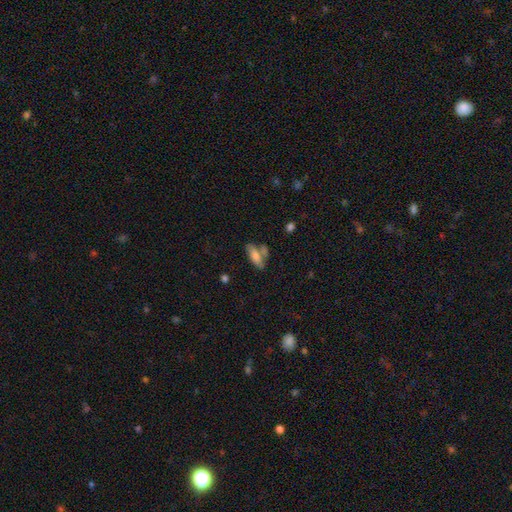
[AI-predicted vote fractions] Q: Smooth or featured?
A: smooth (72%); runner-up: featured or disk (21%)
Q: How rounded?
A: in between (74%); runner-up: cigar-shaped (23%)
Q: Merging?
A: none (49%); runner-up: merger (25%)